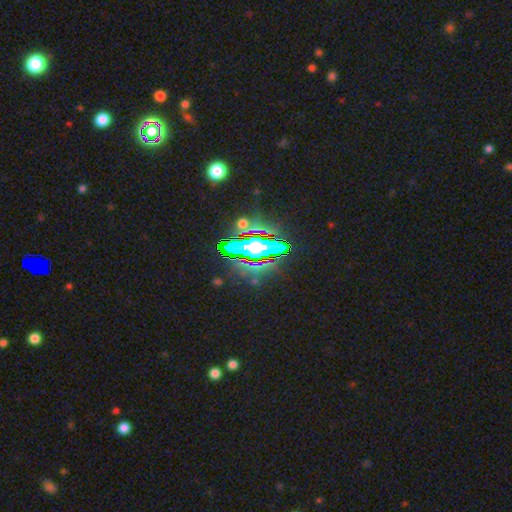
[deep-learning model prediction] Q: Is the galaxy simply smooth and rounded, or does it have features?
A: star or artifact — 80%.